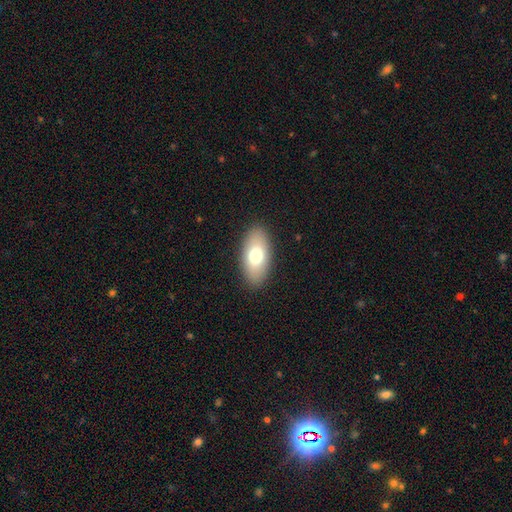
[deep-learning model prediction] smooth 74%, featured or disk 19%, star or artifact 7%. Down the decision tree: how rounded — in between (92%); merging — none (88%).